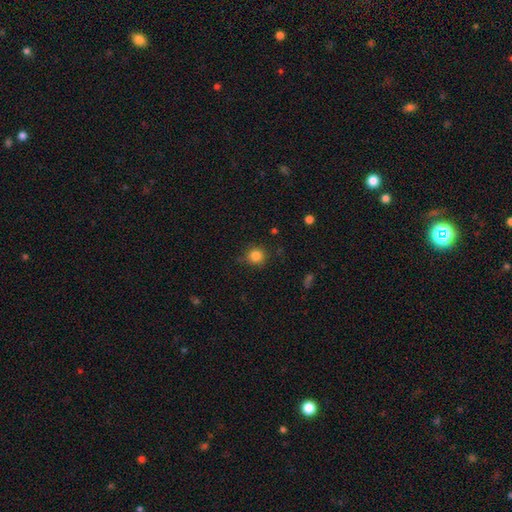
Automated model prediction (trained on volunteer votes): A smooth galaxy with no disk features (84%) that is round (91%).

Vote fractions:
- Smooth or featured? smooth: 84% / star or artifact: 11% / featured or disk: 5%
- How rounded? round: 91% / in between: 8% / cigar-shaped: 1%
- Merging? none: 81% / minor disturbance: 14% / major disturbance: 3% / merger: 2%